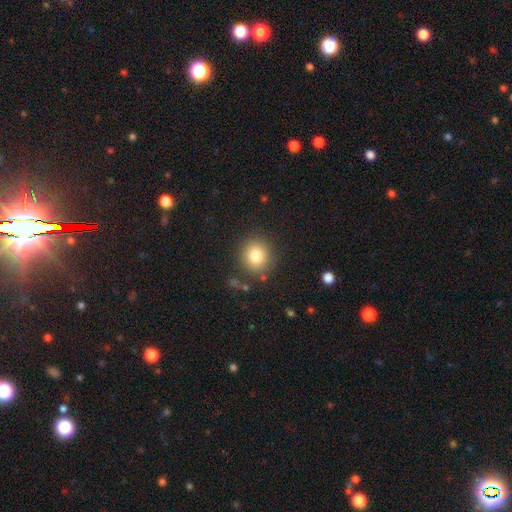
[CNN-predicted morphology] The model was most divided on "smooth or featured": smooth: 81%, star or artifact: 11%, featured or disk: 8%. More confident: how rounded — round (87%); merging — none (85%).